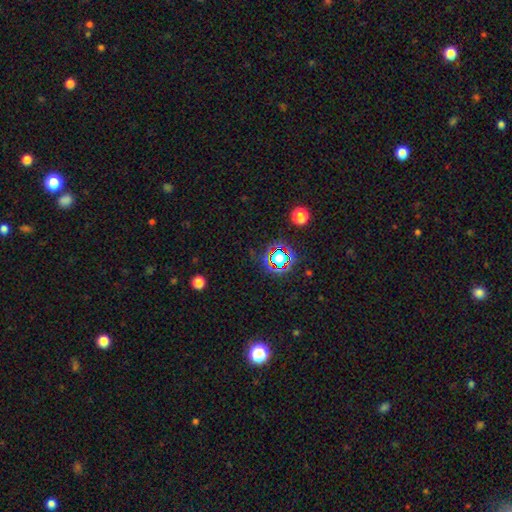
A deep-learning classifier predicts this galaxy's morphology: This is likely a star or artifact rather than a galaxy (76%).